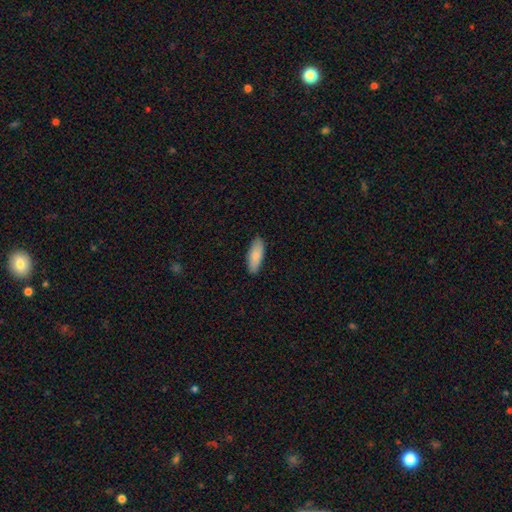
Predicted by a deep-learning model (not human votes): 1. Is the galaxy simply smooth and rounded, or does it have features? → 85% smooth, 10% featured or disk, 6% star or artifact.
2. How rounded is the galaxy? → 76% in between, 22% cigar-shaped, 2% round.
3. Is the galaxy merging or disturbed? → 88% none, 9% minor disturbance, 2% major disturbance, 1% merger.